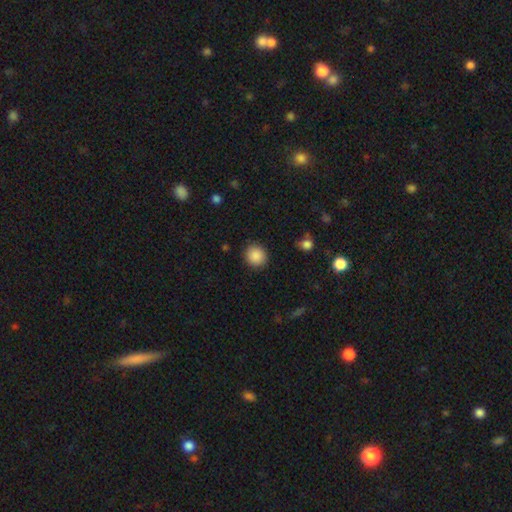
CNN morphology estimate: A smooth galaxy with no disk features (88%) that is round (89%).

Vote fractions:
- Smooth or featured? smooth: 88% / star or artifact: 9% / featured or disk: 3%
- How rounded? round: 89% / in between: 10% / cigar-shaped: 1%
- Merging? none: 89% / minor disturbance: 7% / major disturbance: 2% / merger: 1%